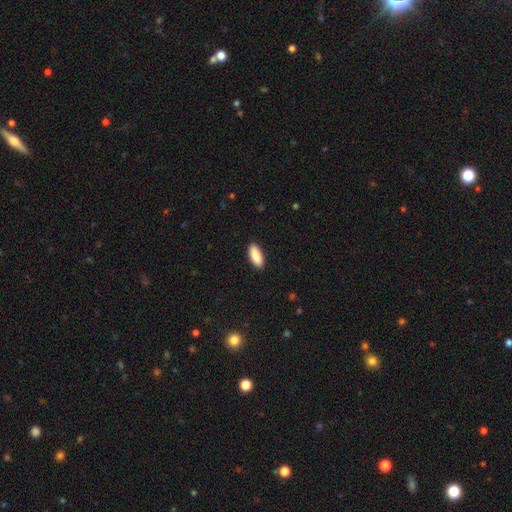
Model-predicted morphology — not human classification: Q: Smooth or featured?
A: smooth (90%); runner-up: star or artifact (6%)
Q: How rounded?
A: in between (80%); runner-up: cigar-shaped (18%)
Q: Merging?
A: none (90%); runner-up: minor disturbance (7%)